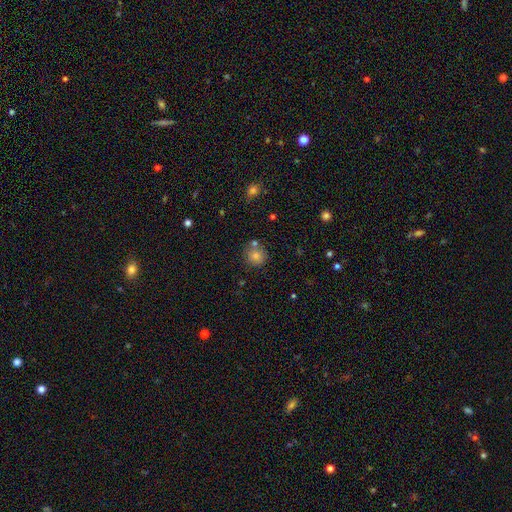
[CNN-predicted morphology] Smooth or featured: smooth — 74% (star or artifact — 16%)
How rounded: round — 92% (in between — 7%)
Merging: none — 77% (merger — 11%)